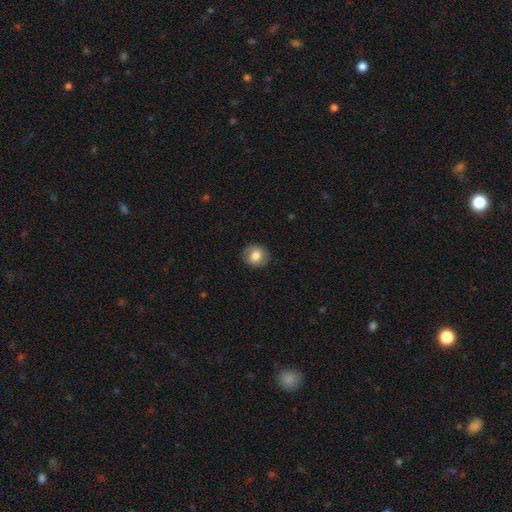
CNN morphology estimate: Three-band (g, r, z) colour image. It shows a smooth galaxy with no disk features (76%) that is round (72%). Merging: none (83%).